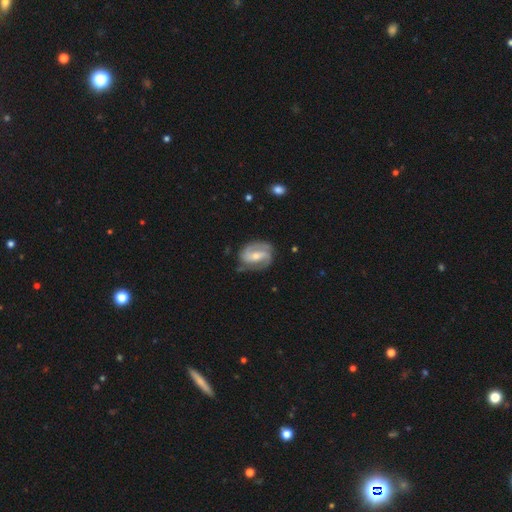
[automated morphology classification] This appears to be a featured or disk galaxy (85%) with a weak bar (41%), 2 (80%) medium (48%) spiral arms (95%) and a moderate central bulge (51%). Merging: none (70%).